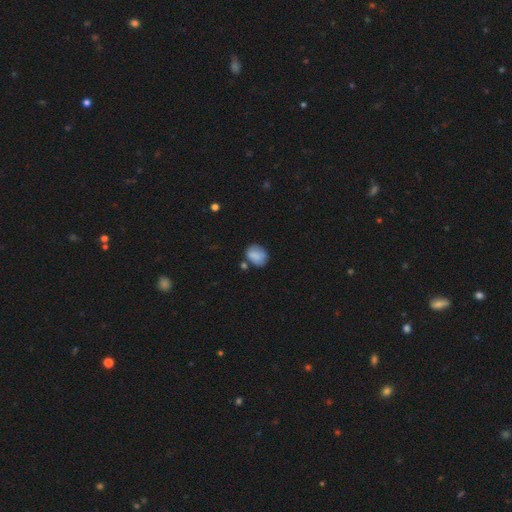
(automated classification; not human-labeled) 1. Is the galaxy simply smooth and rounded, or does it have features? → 82% smooth, 10% featured or disk, 8% star or artifact.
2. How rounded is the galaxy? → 54% in between, 45% round, 1% cigar-shaped.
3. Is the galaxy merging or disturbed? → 64% none, 20% minor disturbance, 10% merger, 5% major disturbance.